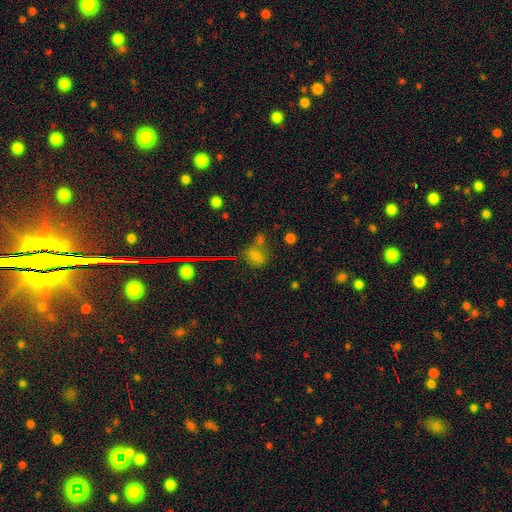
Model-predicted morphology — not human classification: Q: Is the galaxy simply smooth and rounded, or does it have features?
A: smooth — 61%.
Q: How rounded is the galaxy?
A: round — 49%, tied with in between.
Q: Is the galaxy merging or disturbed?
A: none — 57%.